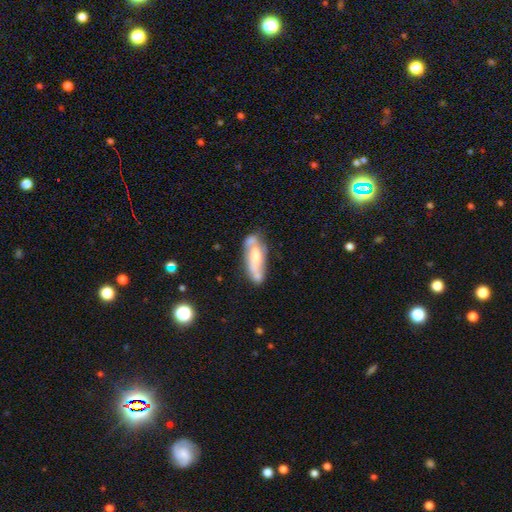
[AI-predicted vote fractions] This is possibly a featured or disk galaxy (56%). It is likely not viewed edge-on (75%). Merging: possibly none (56%).